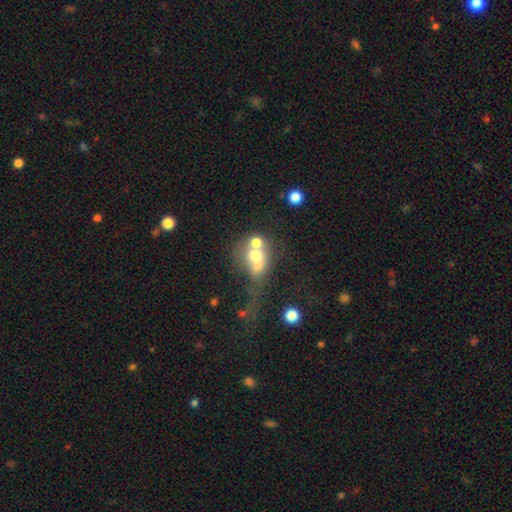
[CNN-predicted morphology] smooth_or_featured: smooth (p=0.55) [alt: featured or disk p=0.30]
how_rounded: round (p=0.53) [alt: in between p=0.45]
merging: merger (p=0.57) [alt: none p=0.17]